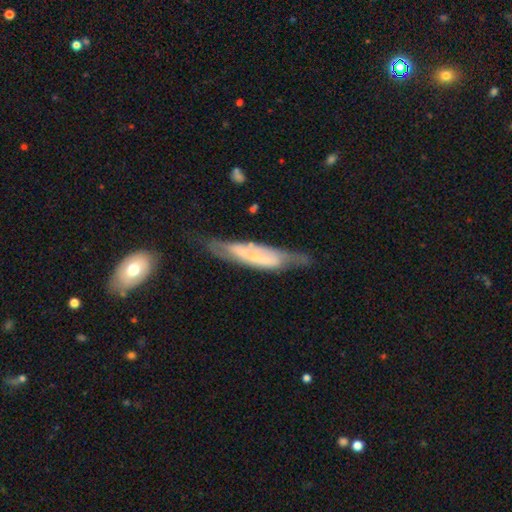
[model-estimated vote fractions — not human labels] Overall: featured or disk (66%; smooth 28%). Edge-on disk: no (60%; yes 40%). Merging: none (56%; minor disturbance 27%).